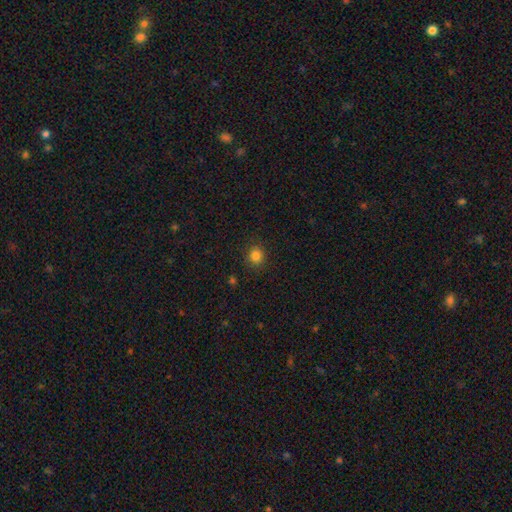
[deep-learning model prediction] Morphology: type=smooth (83%); roundness=round (83%); merging=none (88%).